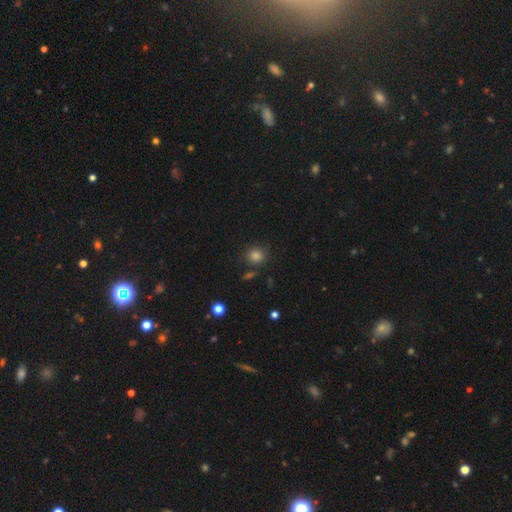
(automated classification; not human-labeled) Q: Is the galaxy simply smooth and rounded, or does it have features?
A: smooth — 81%.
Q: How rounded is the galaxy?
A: round — 86%.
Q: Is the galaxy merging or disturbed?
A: none — 83%.